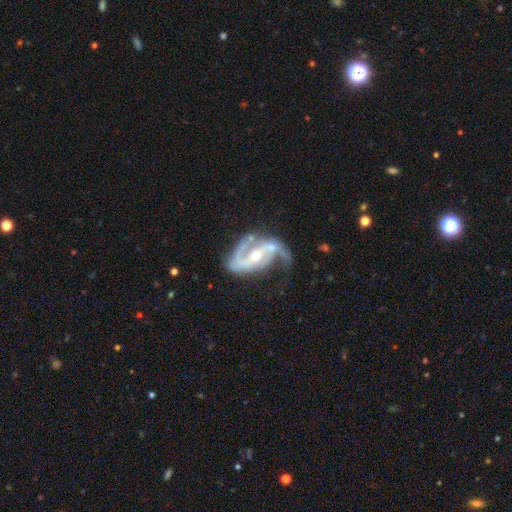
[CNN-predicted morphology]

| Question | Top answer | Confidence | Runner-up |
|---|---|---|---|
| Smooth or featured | featured or disk | 90% | smooth (5%) |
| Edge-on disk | no | 97% | yes (3%) |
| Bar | strong | 38% | weak (34%) |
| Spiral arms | yes | 95% | no (5%) |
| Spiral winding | medium | 44% | loose (40%) |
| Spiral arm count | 2 | 79% | 3 (7%) |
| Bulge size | moderate | 51% | small (46%) |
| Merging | none | 44% | minor disturbance (25%) |